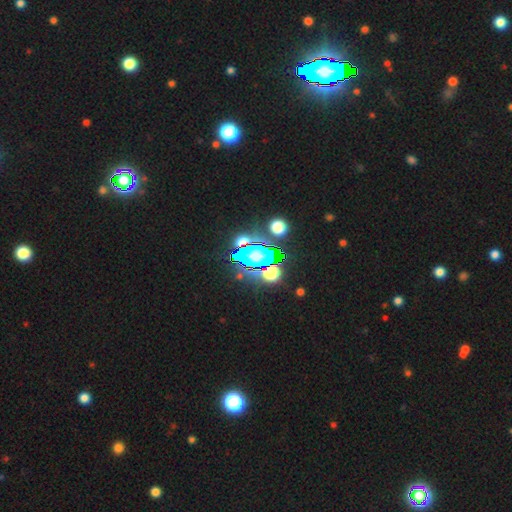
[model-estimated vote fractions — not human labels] A star or artifact, not a galaxy (60%).

Vote fractions:
- Smooth or featured? star or artifact: 60% / smooth: 25% / featured or disk: 16%